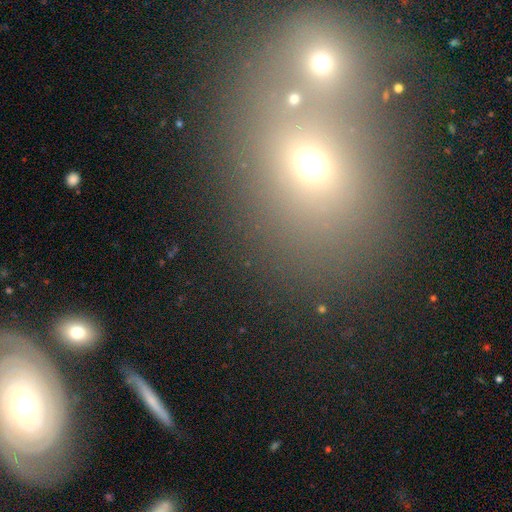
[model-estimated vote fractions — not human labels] Morphology: type=smooth (52%); roundness=in between (50%); merging=none (53%).